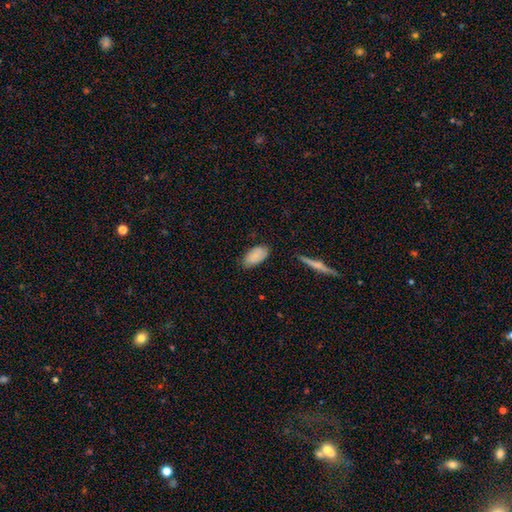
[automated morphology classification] Smooth or featured? Predicted: smooth (p=0.83). How rounded? Predicted: in between (p=0.94). Merging? Predicted: none (p=0.75).